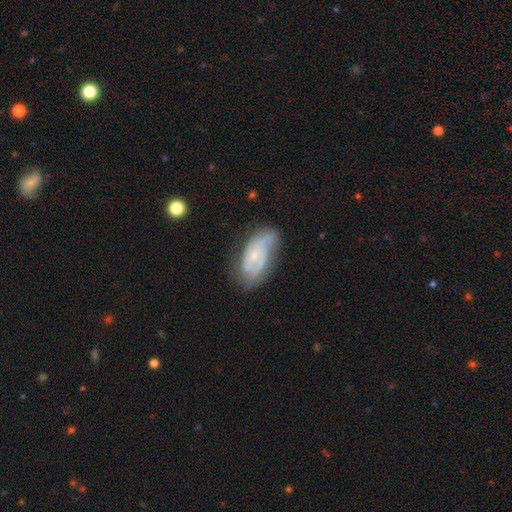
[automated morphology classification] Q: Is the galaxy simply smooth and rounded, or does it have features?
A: featured or disk — 69%.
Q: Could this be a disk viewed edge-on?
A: no — 94%.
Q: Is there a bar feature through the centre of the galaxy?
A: no — 69%.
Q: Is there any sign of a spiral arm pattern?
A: yes — 82%.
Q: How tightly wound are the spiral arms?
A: tight — 44%.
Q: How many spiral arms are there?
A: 2 — 45%.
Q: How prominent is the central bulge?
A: small — 72%.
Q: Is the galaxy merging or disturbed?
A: none — 54%.